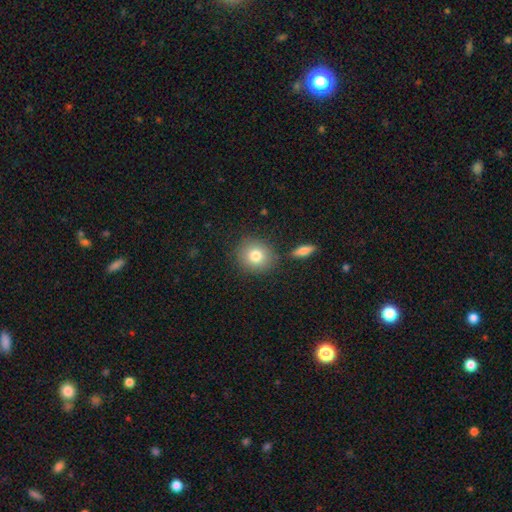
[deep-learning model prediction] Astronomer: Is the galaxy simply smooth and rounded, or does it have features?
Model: smooth — 80%.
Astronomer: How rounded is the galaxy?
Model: round — 81%.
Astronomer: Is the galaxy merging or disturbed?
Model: none — 81%.